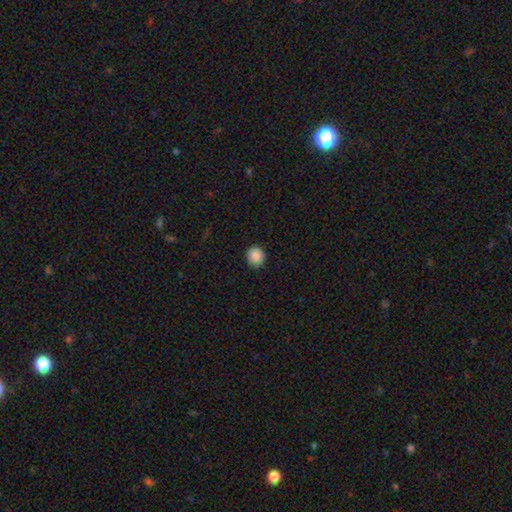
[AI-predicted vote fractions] A smooth galaxy with no disk features (88%) that is round (89%).

Vote fractions:
- Smooth or featured? smooth: 88% / star or artifact: 9% / featured or disk: 3%
- How rounded? round: 89% / in between: 10% / cigar-shaped: 1%
- Merging? none: 92% / minor disturbance: 6% / major disturbance: 2% / merger: 1%